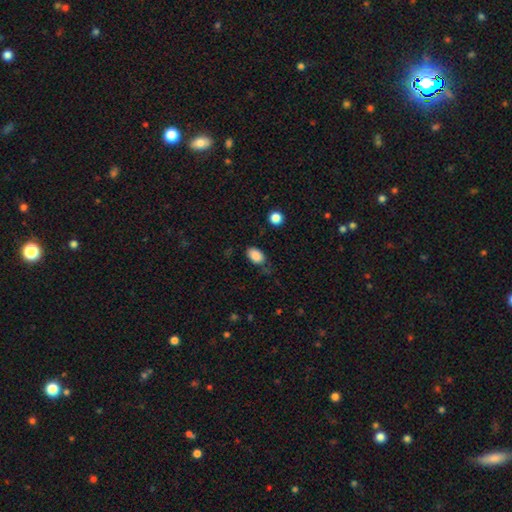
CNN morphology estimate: A smooth galaxy with no disk features (87%) that is in between round and cigar-shaped (89%). Merging: none (72%).